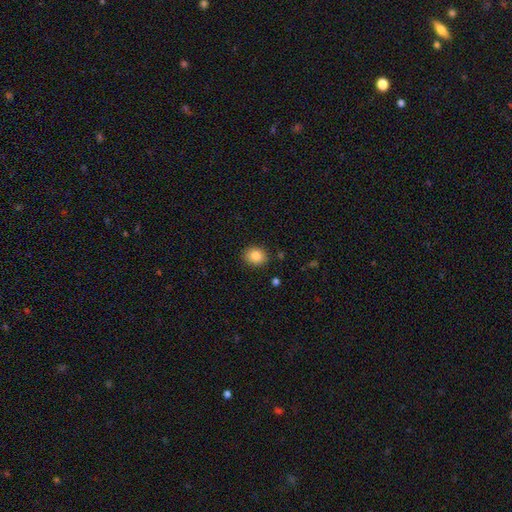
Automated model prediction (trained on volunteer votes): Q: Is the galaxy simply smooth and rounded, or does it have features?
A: smooth — 85%.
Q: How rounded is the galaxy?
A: round — 58%.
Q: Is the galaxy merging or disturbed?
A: none — 87%.